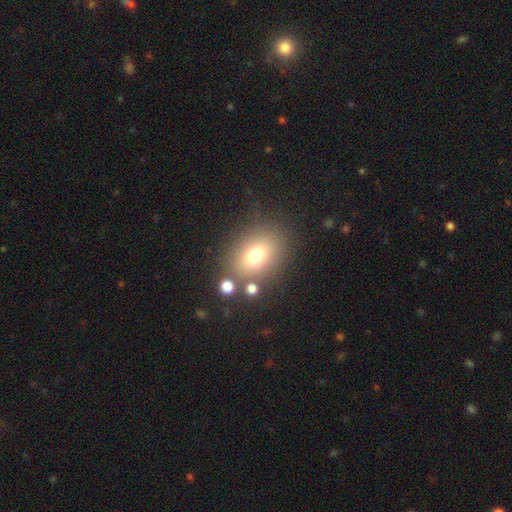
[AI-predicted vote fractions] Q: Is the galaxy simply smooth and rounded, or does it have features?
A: smooth — 72%.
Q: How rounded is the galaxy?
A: in between — 64%.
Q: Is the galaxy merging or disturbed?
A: none — 76%.